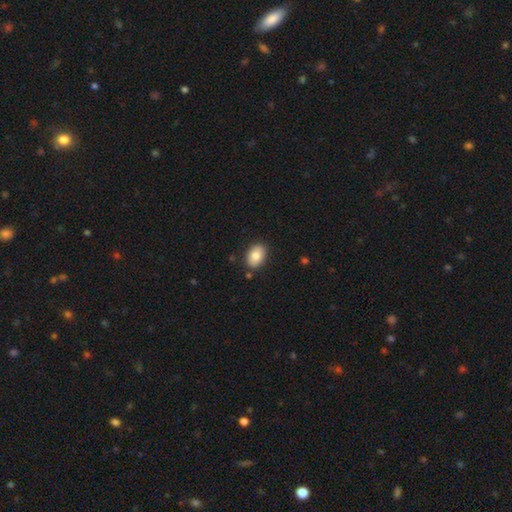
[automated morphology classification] This is clearly a smooth galaxy (84%). How rounded: clearly in between (85%). Merging: clearly none (85%).